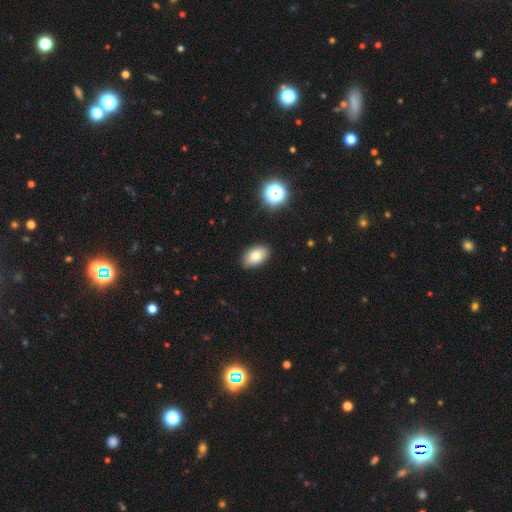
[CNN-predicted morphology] Smooth or featured? Predicted: smooth (p=0.80). How rounded? Predicted: in between (p=0.90). Merging? Predicted: none (p=0.88).